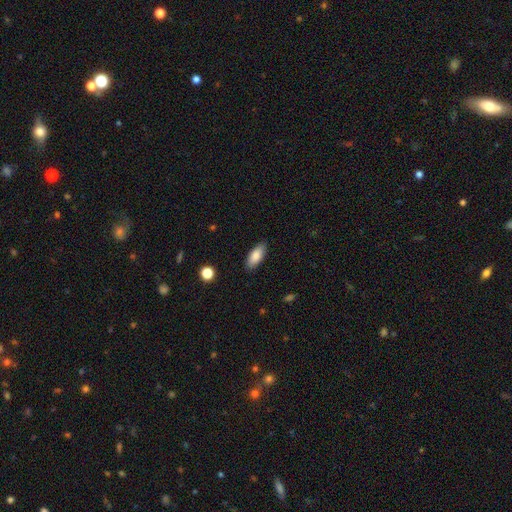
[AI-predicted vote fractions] A smooth galaxy with no disk features (84%) that is in between round and cigar-shaped (80%).

Vote fractions:
- Smooth or featured? smooth: 84% / featured or disk: 9% / star or artifact: 7%
- How rounded? in between: 80% / cigar-shaped: 18% / round: 2%
- Merging? none: 87% / minor disturbance: 10% / major disturbance: 2% / merger: 1%